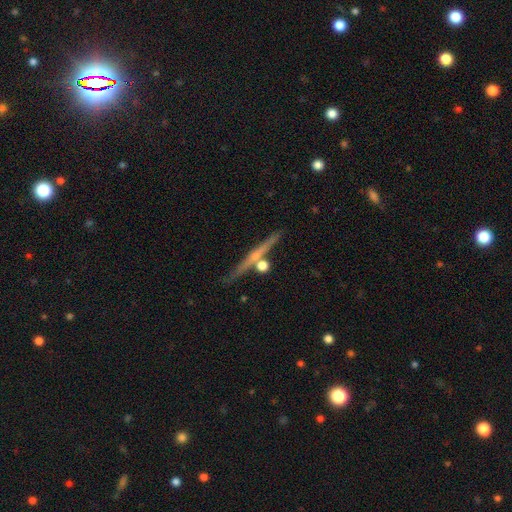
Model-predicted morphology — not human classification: This appears to be a featured or disk galaxy (66%) viewed edge-on (97%) with a rounded central bulge (58%). Merging: none (78%).